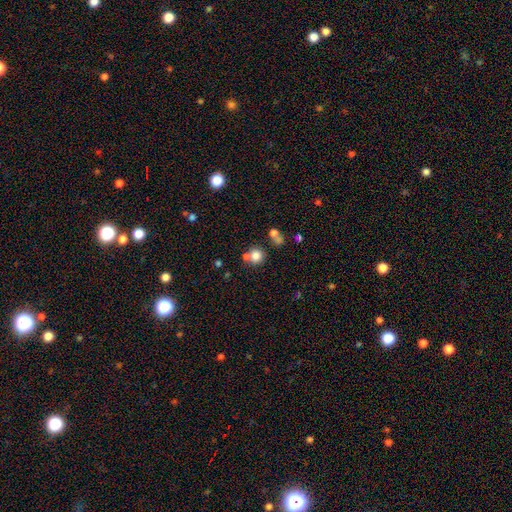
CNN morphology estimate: A smooth galaxy with no disk features (78%) that is round (89%).

Vote fractions:
- Smooth or featured? smooth: 78% / star or artifact: 12% / featured or disk: 9%
- How rounded? round: 89% / in between: 10% / cigar-shaped: 1%
- Merging? none: 58% / merger: 30% / minor disturbance: 8% / major disturbance: 4%